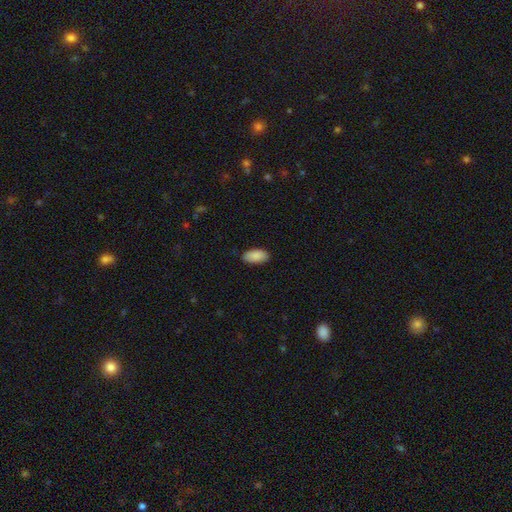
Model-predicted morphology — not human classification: smooth 90%, star or artifact 6%, featured or disk 4%. Down the decision tree: how rounded — in between (93%); merging — none (88%).